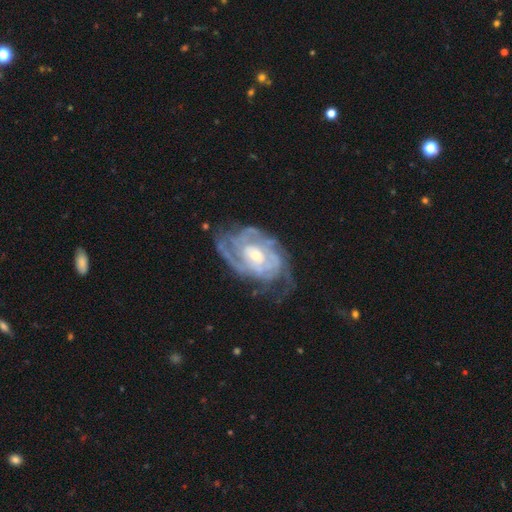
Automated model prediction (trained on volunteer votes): smooth-or-featured: featured or disk: 88% | smooth: 7% | star or artifact: 5%
  disk-edge-on: no: 97% | yes: 3%
    bar: no: 60% | weak: 32% | strong: 8%
    has-spiral-arms: yes: 94% | no: 6%
      spiral-winding: tight: 66% | medium: 28% | loose: 6%
      spiral-arm-count: can't tell: 38% | 2: 21% | 3: 19% | 4: 12% | more than 4: 6% | 1: 5%
    bulge-size: moderate: 52% | small: 43% | large: 3% | none: 1% | dominant: 1%
  merging: none: 60% | minor disturbance: 24% | major disturbance: 15% | merger: 2%